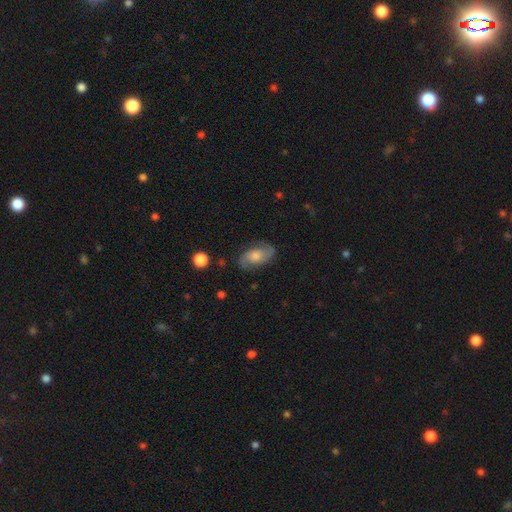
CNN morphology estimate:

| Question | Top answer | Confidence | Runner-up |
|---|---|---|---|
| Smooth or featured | featured or disk | 66% | smooth (25%) |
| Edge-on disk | no | 95% | yes (5%) |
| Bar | no | 68% | weak (28%) |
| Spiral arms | yes | 91% | no (9%) |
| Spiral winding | medium | 45% | tight (28%) |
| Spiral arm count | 2 | 87% | can't tell (8%) |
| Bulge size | moderate | 52% | small (27%) |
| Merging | none | 79% | minor disturbance (15%) |